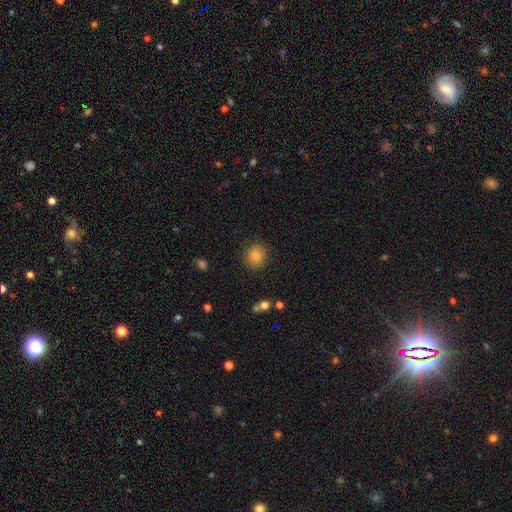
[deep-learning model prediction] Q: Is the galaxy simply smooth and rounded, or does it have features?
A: smooth — 84%.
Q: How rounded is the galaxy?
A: round — 84%.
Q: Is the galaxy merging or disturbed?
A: none — 87%.